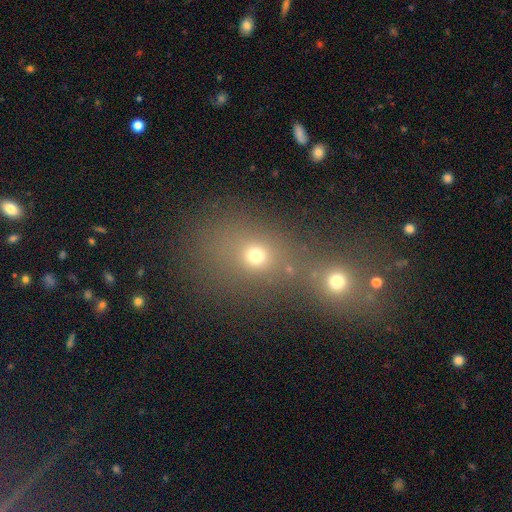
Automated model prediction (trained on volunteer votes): Morphology: type=smooth (66%); roundness=round (56%); merging=none (54%).